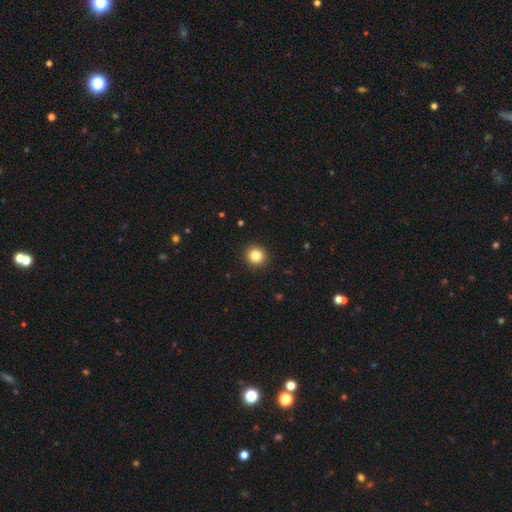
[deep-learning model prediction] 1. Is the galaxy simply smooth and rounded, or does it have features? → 84% smooth, 11% star or artifact, 5% featured or disk.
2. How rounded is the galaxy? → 92% round, 7% in between, 1% cigar-shaped.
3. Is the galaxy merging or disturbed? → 93% none, 5% minor disturbance, 2% major disturbance, 1% merger.